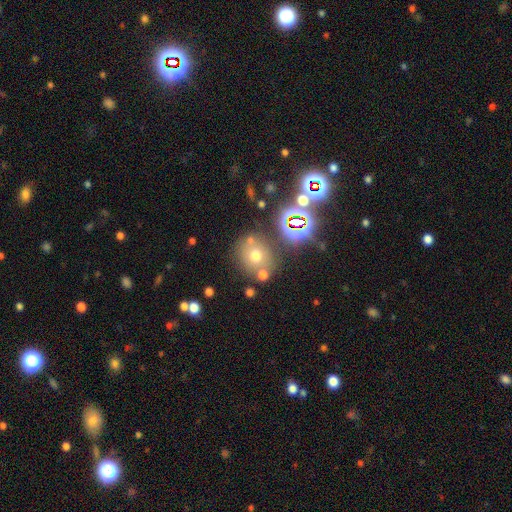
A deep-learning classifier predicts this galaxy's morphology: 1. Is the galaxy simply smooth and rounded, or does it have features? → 61% smooth, 24% star or artifact, 14% featured or disk.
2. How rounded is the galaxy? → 84% round, 15% in between, 1% cigar-shaped.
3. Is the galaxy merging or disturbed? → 72% none, 13% merger, 11% minor disturbance, 5% major disturbance.